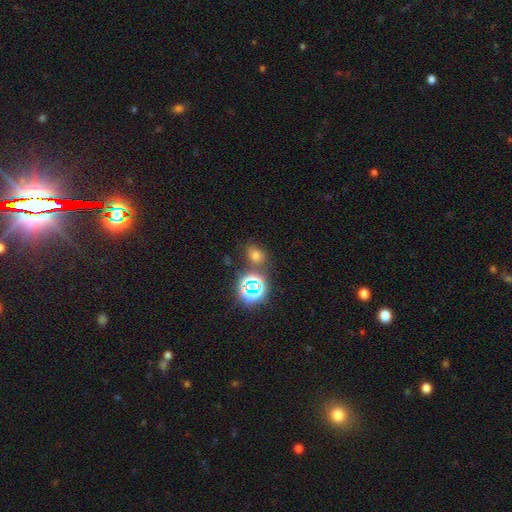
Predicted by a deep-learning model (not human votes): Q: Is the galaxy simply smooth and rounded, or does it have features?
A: smooth — 60%.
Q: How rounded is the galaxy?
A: in between — 51%.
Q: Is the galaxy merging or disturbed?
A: none — 75%.